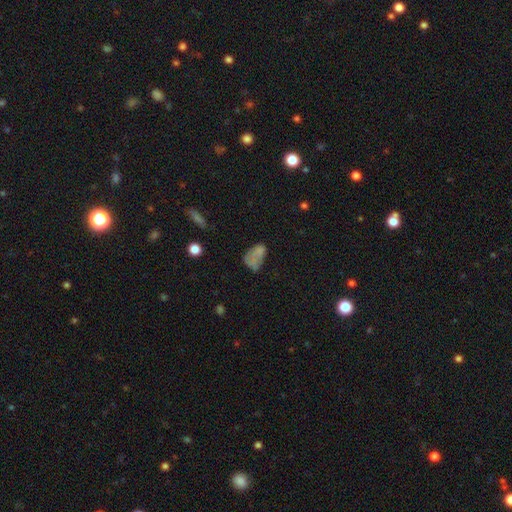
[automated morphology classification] The model was most divided on "merging": none: 37%, minor disturbance: 27%, major disturbance: 26%, merger: 9%. More confident: how rounded — in between (88%); smooth or featured — smooth (61%).